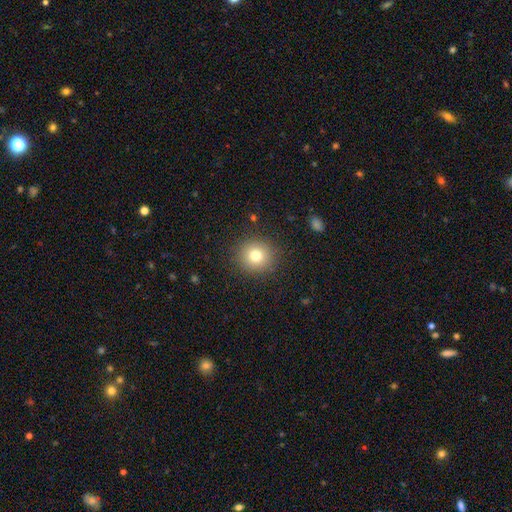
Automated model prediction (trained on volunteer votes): smooth 78%, star or artifact 12%, featured or disk 10%. Down the decision tree: how rounded — round (90%); merging — none (89%).